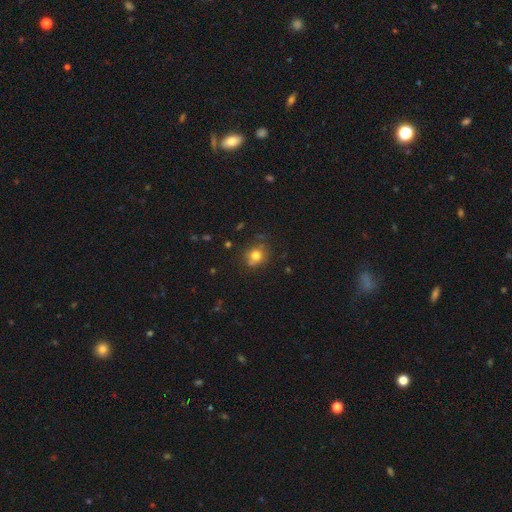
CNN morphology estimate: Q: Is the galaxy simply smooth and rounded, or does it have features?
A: smooth — 76%.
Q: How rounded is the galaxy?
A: round — 76%.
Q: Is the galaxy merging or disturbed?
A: none — 70%.